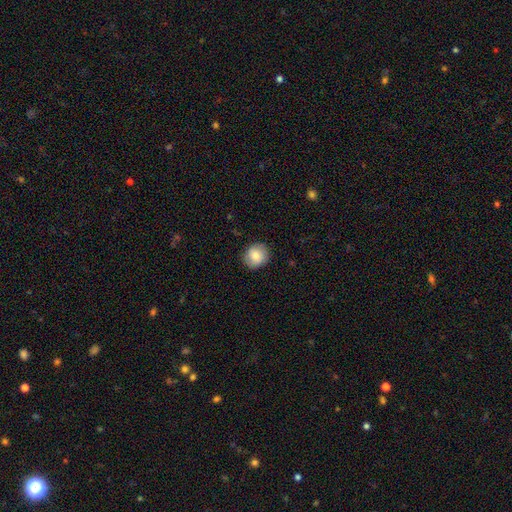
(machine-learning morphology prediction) Smooth or featured? Predicted: smooth (p=0.80). How rounded? Predicted: round (p=0.85). Merging? Predicted: none (p=0.87).